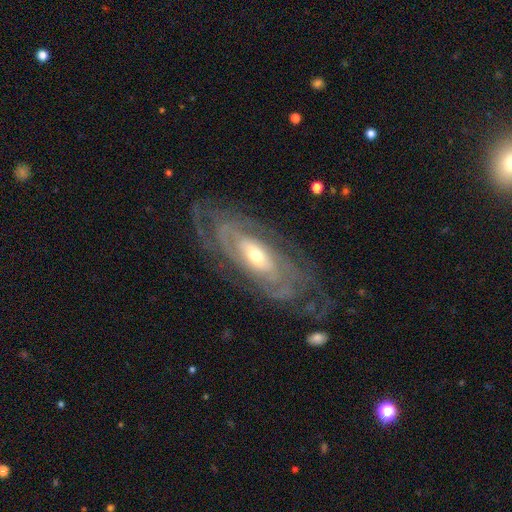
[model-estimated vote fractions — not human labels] Smooth or featured?
  - featured or disk: 85% *
  - smooth: 9%
  - star or artifact: 5%
Edge-on disk?
  - no: 90% *
  - yes: 10%
Bar?
  - no: 63% *
  - weak: 24%
  - strong: 14%
Spiral arms?
  - yes: 91% *
  - no: 9%
Spiral winding?
  - tight: 73% *
  - medium: 21%
  - loose: 7%
Spiral arm count?
  - can't tell: 45% *
  - 2: 21%
  - 3: 12%
  - 4: 9%
  - more than 4: 7%
  - 1: 5%
Bulge size?
  - moderate: 51% *
  - small: 41%
  - large: 6%
  - dominant: 1%
  - none: 1%
Merging?
  - none: 73% *
  - minor disturbance: 16%
  - major disturbance: 9%
  - merger: 2%